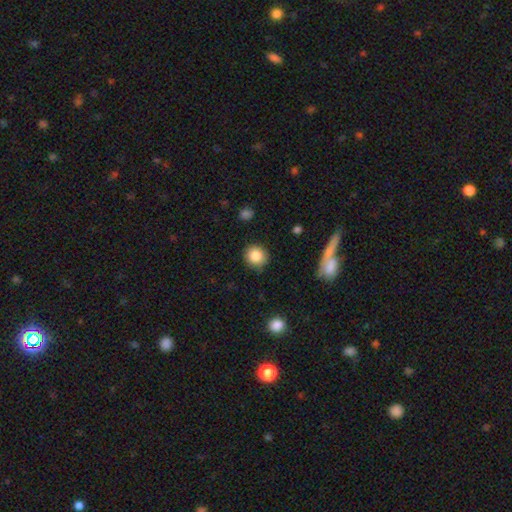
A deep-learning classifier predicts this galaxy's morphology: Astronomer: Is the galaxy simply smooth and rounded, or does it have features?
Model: smooth — 84%.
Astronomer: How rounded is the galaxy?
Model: round — 87%.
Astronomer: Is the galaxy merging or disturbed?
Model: none — 87%.